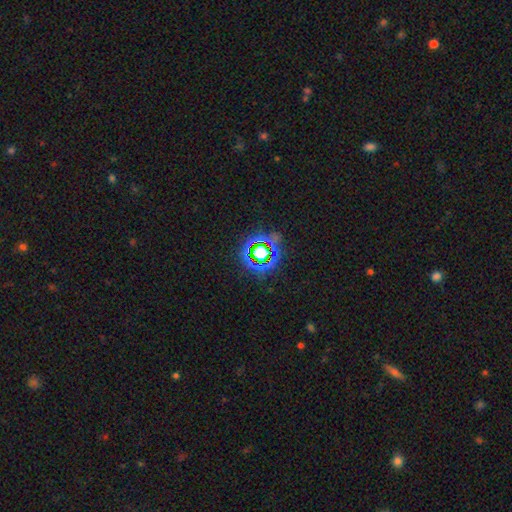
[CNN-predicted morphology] type=star or artifact (73%).